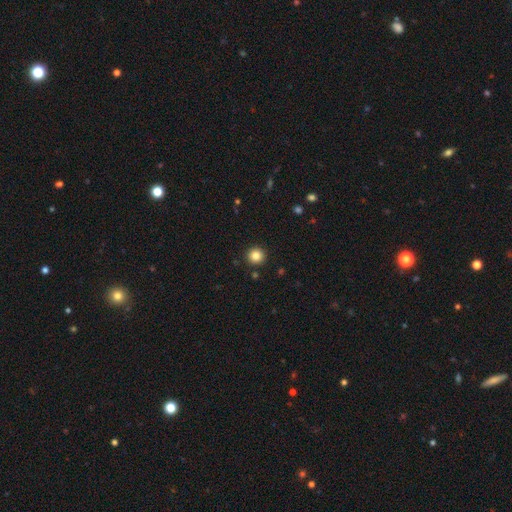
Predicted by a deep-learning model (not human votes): Morphology: type=smooth (85%); roundness=round (95%); merging=none (92%).